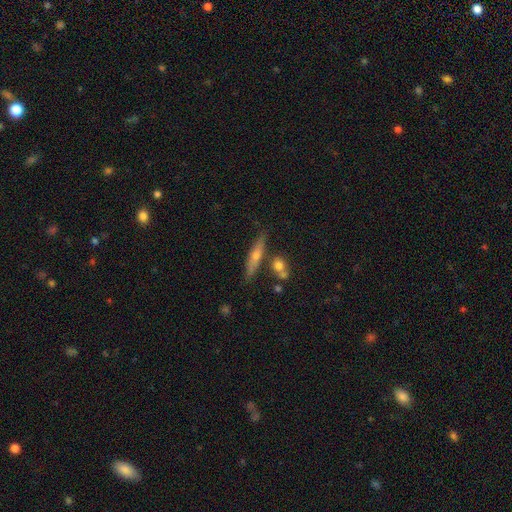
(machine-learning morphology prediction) Overall: featured or disk (53%; smooth 40%). Edge-on disk: yes (92%). Merging: none (76%).